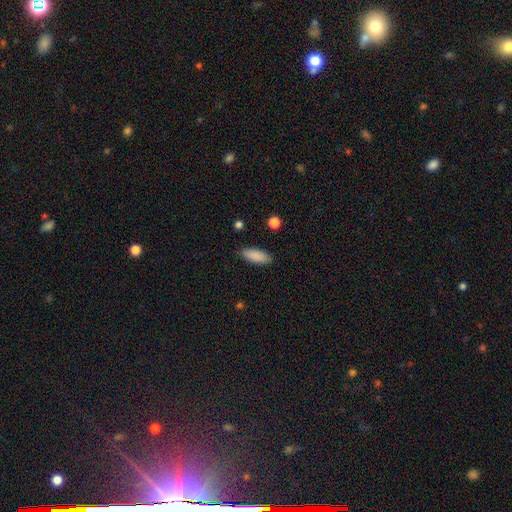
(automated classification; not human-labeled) A smooth galaxy with no disk features (88%) that is in between round and cigar-shaped (70%). Merging: none (86%).